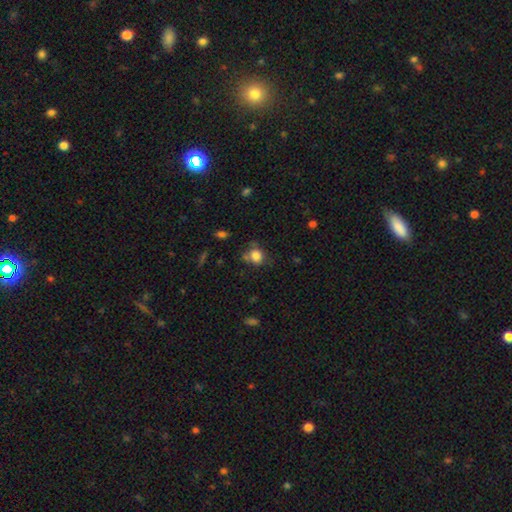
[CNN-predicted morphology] Q: Smooth or featured?
A: smooth (79%); runner-up: star or artifact (11%)
Q: How rounded?
A: round (64%); runner-up: in between (35%)
Q: Merging?
A: none (53%); runner-up: minor disturbance (25%)